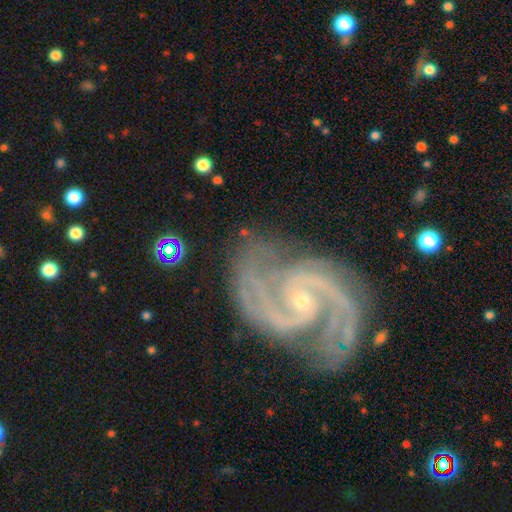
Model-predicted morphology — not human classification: Smooth or featured? featured or disk (92%)
Edge-on disk? no (98%)
Bar? no (59%)
Spiral arms? yes (98%)
Spiral winding? medium (56%)
Spiral arm count? 2 (68%)
Bulge size? small (82%)
Merging? none (65%)